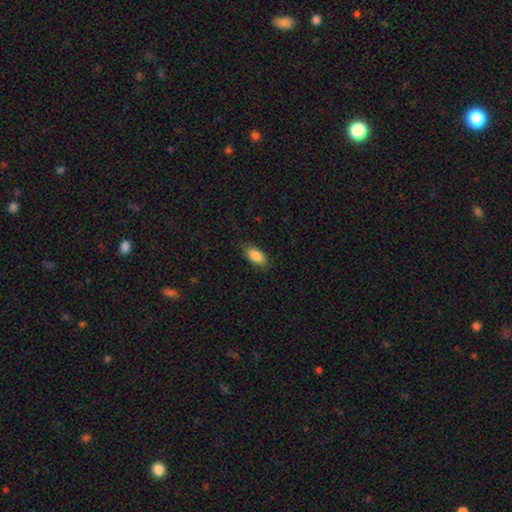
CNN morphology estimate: smooth 87%, star or artifact 7%, featured or disk 7%. Down the decision tree: how rounded — in between (90%); merging — none (83%).